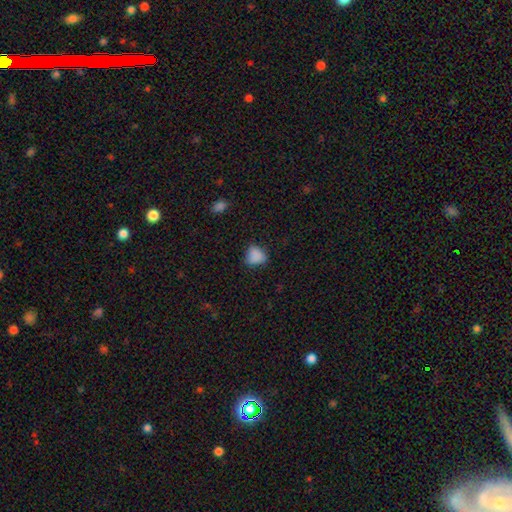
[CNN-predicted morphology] Overall: smooth (83%). How rounded: in between (53%; round 46%). Merging: none (60%; minor disturbance 30%).